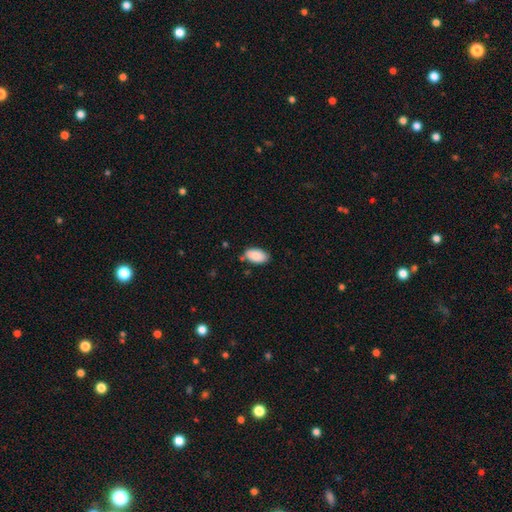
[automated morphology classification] This appears to be a smooth galaxy with no disk features (86%) that is in between round and cigar-shaped (94%). Merging: none (76%).